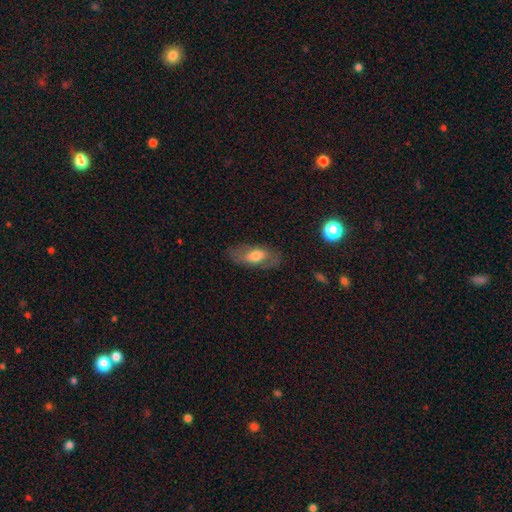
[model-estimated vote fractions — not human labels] A smooth galaxy with no disk features (58%) that is in between round and cigar-shaped (83%).

Vote fractions:
- Smooth or featured? smooth: 58% / featured or disk: 35% / star or artifact: 7%
- How rounded? in between: 83% / cigar-shaped: 13% / round: 5%
- Merging? none: 76% / minor disturbance: 16% / major disturbance: 7% / merger: 1%